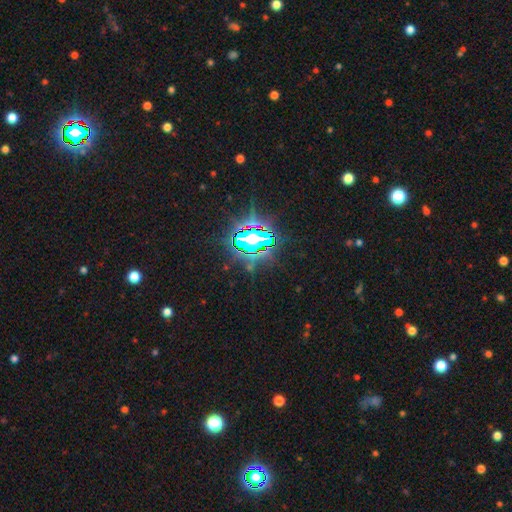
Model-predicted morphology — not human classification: star or artifact 80%, smooth 10%, featured or disk 10%.